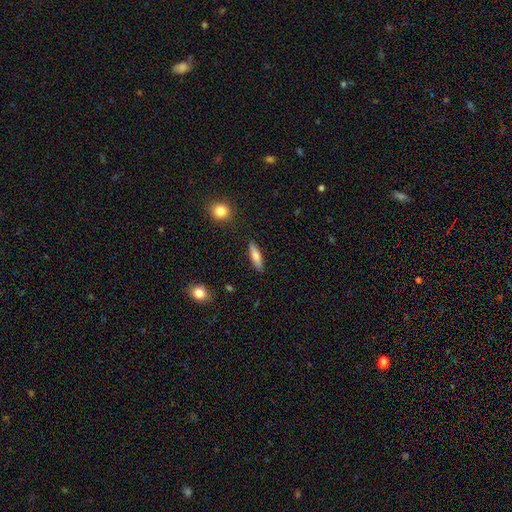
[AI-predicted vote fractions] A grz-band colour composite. It shows a smooth galaxy with no disk features (76%) that is cigar-shaped (62%). Merging: none (87%).